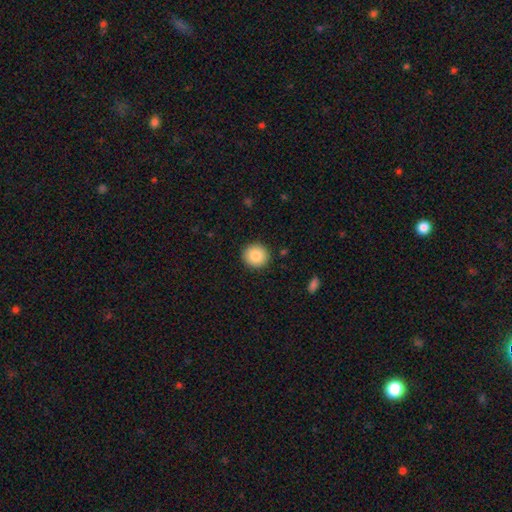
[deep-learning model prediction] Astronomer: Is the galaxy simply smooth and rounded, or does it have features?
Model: smooth — 87%.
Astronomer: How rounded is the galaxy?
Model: round — 90%.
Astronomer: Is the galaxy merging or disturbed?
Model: none — 91%.